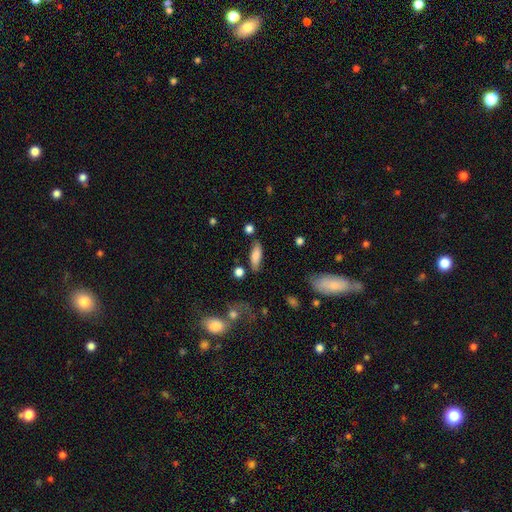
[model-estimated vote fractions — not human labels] smooth 79%, featured or disk 13%, star or artifact 7%. Down the decision tree: how rounded — in between (67%); merging — none (75%).